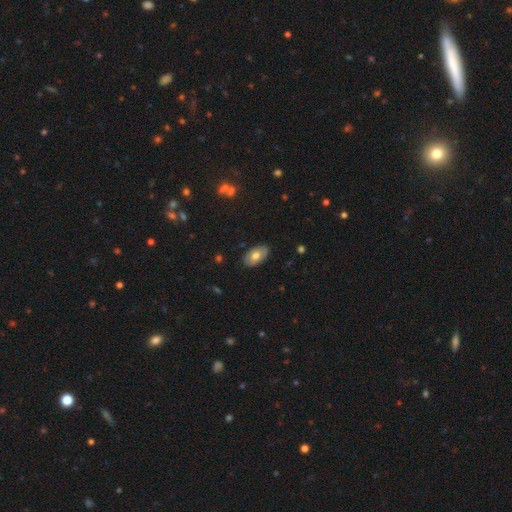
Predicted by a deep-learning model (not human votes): Morphology: type=smooth (66%); roundness=in between (93%); merging=none (84%).